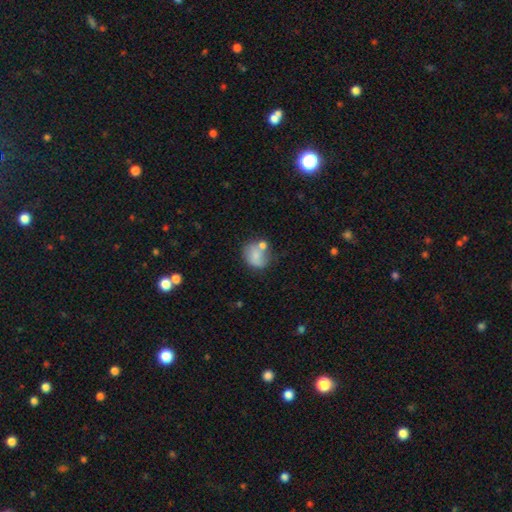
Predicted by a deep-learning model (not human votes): smooth 71%, featured or disk 19%, star or artifact 10%. Down the decision tree: how rounded — round (61%); merging — none (39%).